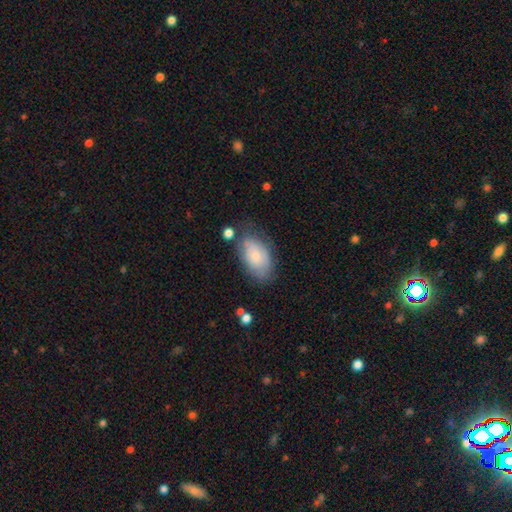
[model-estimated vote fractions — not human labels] Morphology: type=smooth (68%); roundness=in between (93%); merging=none (61%).